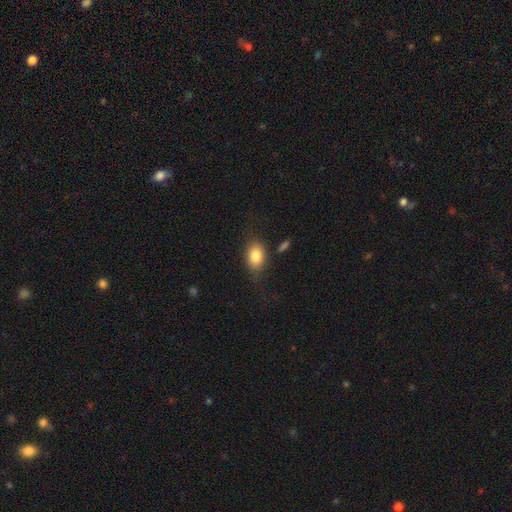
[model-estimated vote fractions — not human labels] smooth-or-featured: smooth: 80% | featured or disk: 12% | star or artifact: 8%
  how-rounded: in between: 74% | round: 24% | cigar-shaped: 2%
  merging: none: 69% | minor disturbance: 19% | major disturbance: 9% | merger: 4%